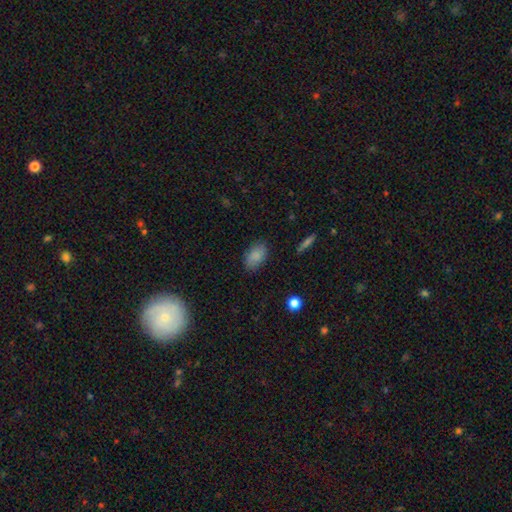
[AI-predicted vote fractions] smooth 86%, star or artifact 8%, featured or disk 6%. Down the decision tree: how rounded — in between (91%); merging — none (83%).